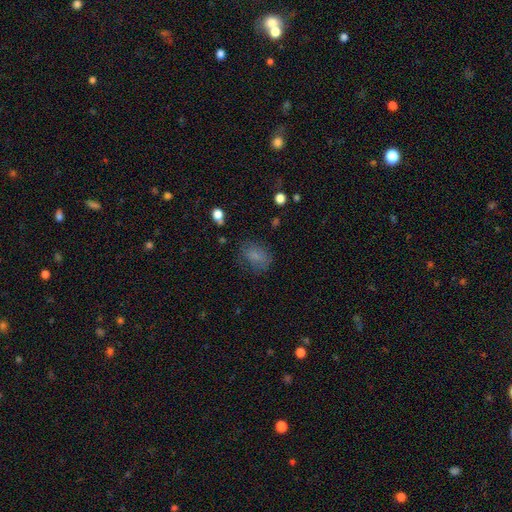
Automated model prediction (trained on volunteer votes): The model was most divided on "merging": none: 68%, minor disturbance: 21%, major disturbance: 10%, merger: 2%. More confident: smooth or featured — smooth (75%); how rounded — in between (73%).